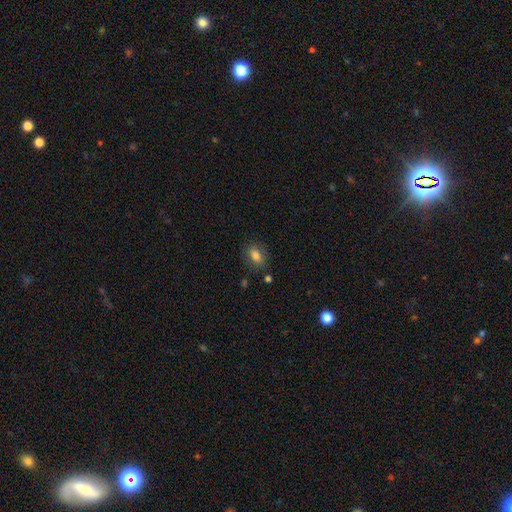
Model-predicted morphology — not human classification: Smooth or featured? smooth (81%)
How rounded? in between (80%)
Merging? none (82%)